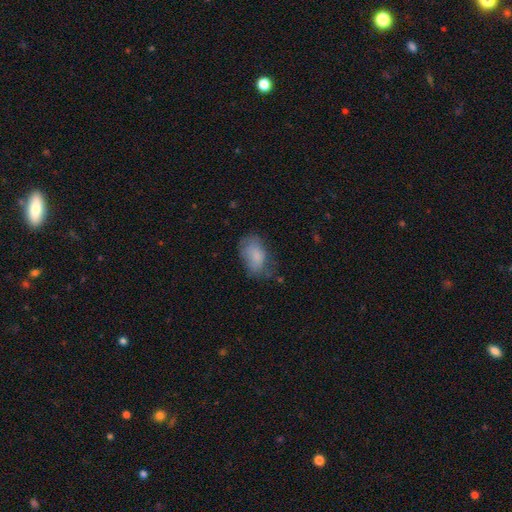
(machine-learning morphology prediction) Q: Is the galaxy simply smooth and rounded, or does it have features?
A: smooth — 77%.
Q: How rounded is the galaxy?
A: in between — 90%.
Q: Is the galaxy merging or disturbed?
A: none — 51%.